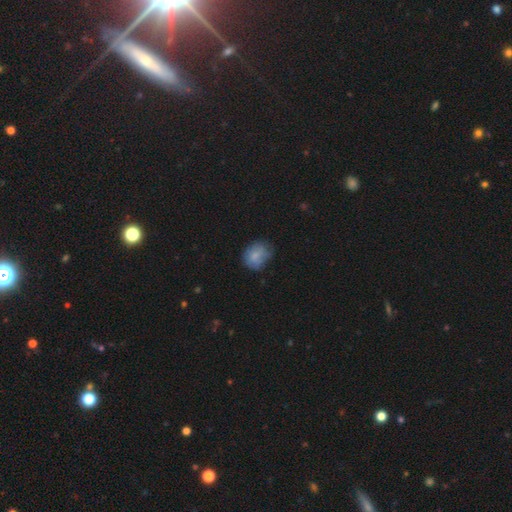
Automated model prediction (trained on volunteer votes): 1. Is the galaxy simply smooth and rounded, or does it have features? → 76% smooth, 15% featured or disk, 9% star or artifact.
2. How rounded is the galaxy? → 50% round, 49% in between, 1% cigar-shaped.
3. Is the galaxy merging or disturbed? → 56% none, 32% minor disturbance, 11% major disturbance, 2% merger.